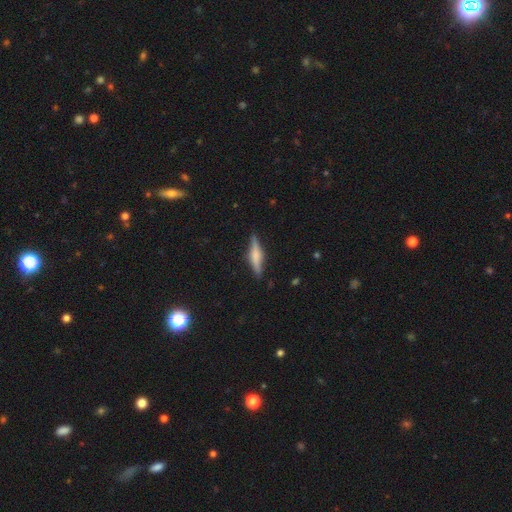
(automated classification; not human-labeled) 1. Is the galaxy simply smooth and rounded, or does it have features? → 51% featured or disk, 43% smooth, 7% star or artifact.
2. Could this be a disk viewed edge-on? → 95% yes, 5% no.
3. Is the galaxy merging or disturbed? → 84% none, 12% minor disturbance, 2% major disturbance, 1% merger.